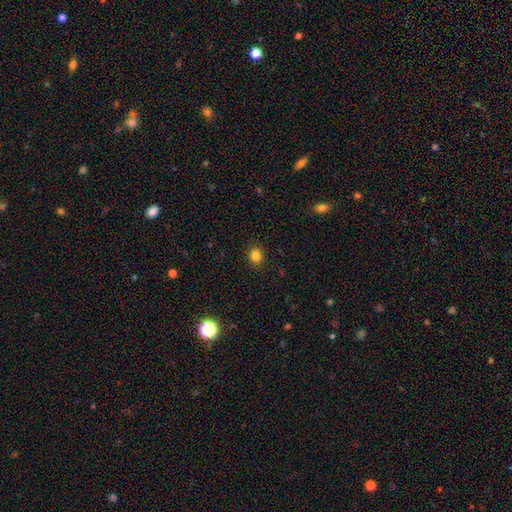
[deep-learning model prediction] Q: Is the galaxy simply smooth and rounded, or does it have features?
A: smooth — 83%.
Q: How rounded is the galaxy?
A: round — 66%.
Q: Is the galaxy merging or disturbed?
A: none — 90%.